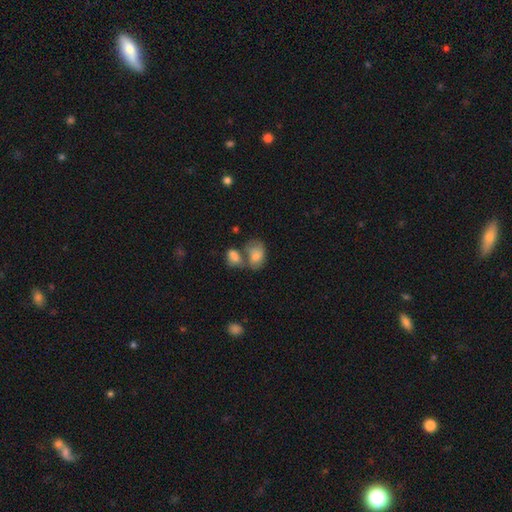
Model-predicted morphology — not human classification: type=smooth (76%); roundness=in between (80%); merging=merger (49%).